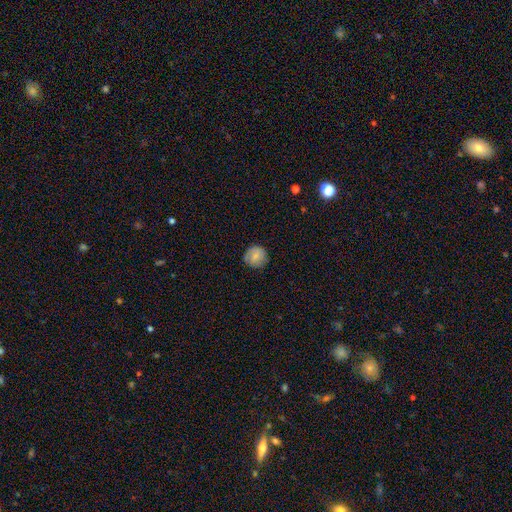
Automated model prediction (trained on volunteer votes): smooth_or_featured: smooth (p=0.71) [alt: featured or disk p=0.22]
how_rounded: round (p=0.90) [alt: in between p=0.09]
merging: none (p=0.81) [alt: minor disturbance p=0.15]